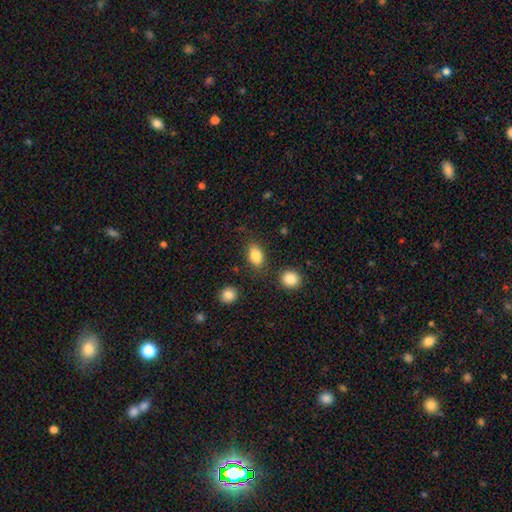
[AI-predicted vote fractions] A smooth galaxy with no disk features (85%) that is in between round and cigar-shaped (85%).

Vote fractions:
- Smooth or featured? smooth: 85% / star or artifact: 8% / featured or disk: 7%
- How rounded? in between: 85% / round: 13% / cigar-shaped: 2%
- Merging? none: 79% / minor disturbance: 12% / merger: 5% / major disturbance: 4%